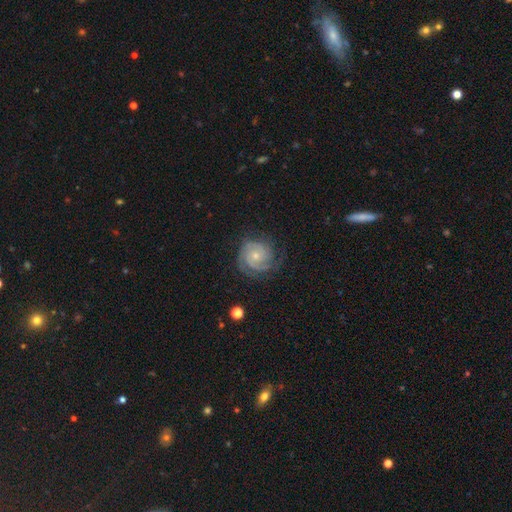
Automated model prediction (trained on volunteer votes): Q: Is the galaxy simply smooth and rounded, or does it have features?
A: featured or disk — 87%.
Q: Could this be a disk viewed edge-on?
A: no — 98%.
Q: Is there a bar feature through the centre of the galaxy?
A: no — 75%.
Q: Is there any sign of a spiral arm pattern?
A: yes — 98%.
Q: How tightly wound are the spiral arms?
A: tight — 70%.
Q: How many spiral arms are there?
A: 2 — 36%.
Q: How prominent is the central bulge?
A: small — 67%.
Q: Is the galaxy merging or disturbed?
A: none — 75%.